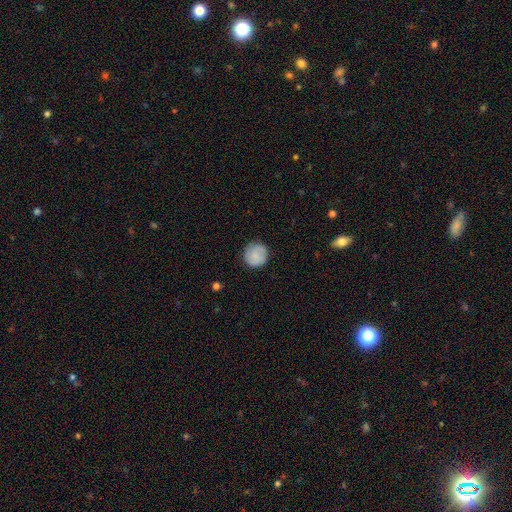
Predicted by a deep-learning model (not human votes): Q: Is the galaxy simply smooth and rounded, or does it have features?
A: smooth — 84%.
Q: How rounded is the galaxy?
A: round — 94%.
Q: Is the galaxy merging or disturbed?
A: none — 87%.